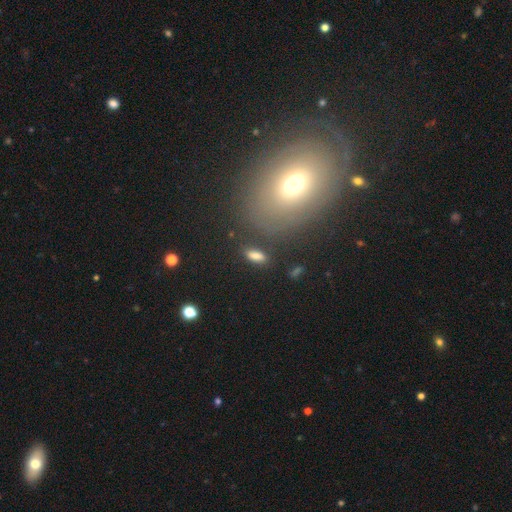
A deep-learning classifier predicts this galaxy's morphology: Smooth or featured?
  - smooth: 81% *
  - star or artifact: 11%
  - featured or disk: 7%
How rounded?
  - in between: 77% *
  - cigar-shaped: 17%
  - round: 5%
Merging?
  - none: 80% *
  - minor disturbance: 11%
  - merger: 5%
  - major disturbance: 4%